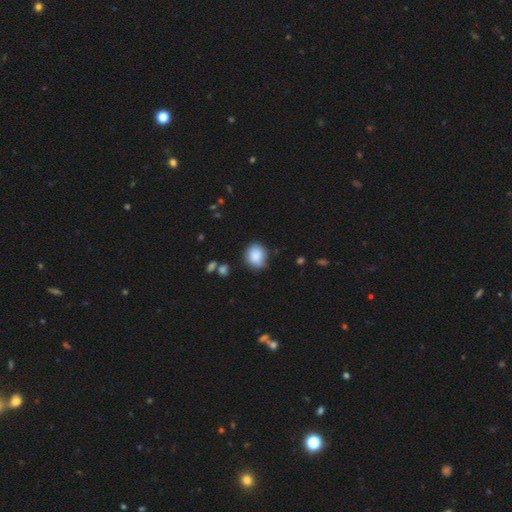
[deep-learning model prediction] smooth 86%, star or artifact 8%, featured or disk 6%. Down the decision tree: how rounded — round (58%); merging — none (74%).